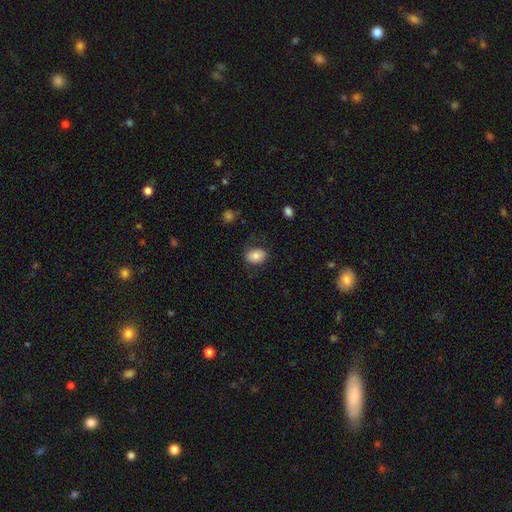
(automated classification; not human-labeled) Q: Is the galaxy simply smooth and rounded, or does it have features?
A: smooth — 82%.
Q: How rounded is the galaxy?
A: in between — 74%.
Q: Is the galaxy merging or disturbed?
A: none — 76%.